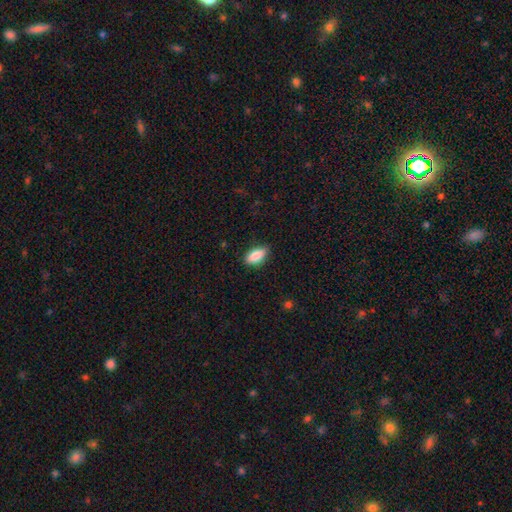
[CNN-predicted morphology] A smooth galaxy with no disk features (87%) that is in between round and cigar-shaped (88%). Merging: none (83%).